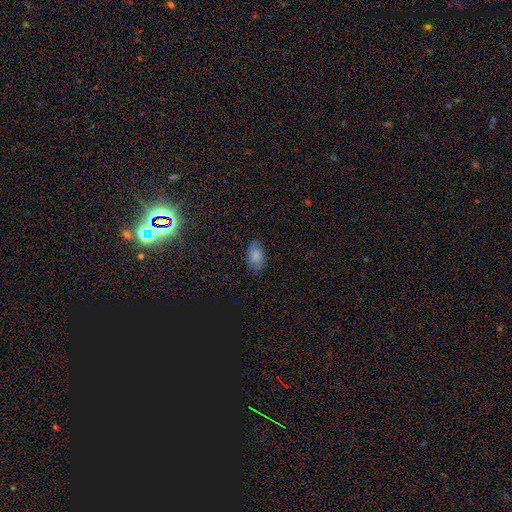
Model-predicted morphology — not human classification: The model was most divided on "merging": none: 80%, minor disturbance: 16%, major disturbance: 3%, merger: 1%. More confident: how rounded — in between (93%); smooth or featured — smooth (79%).